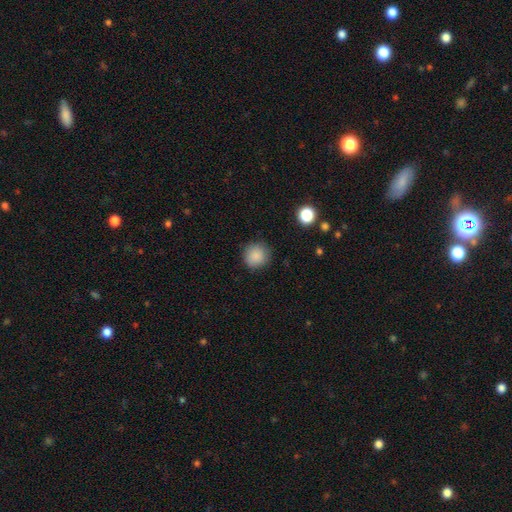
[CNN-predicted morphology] Smooth or featured? Predicted: smooth (p=0.87). How rounded? Predicted: round (p=0.93). Merging? Predicted: none (p=0.88).